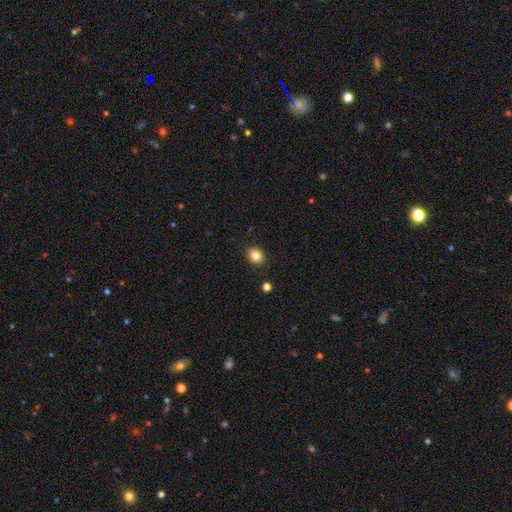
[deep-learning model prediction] This appears to be a smooth galaxy with no disk features (84%) that is round (56%). Merging: none (89%).